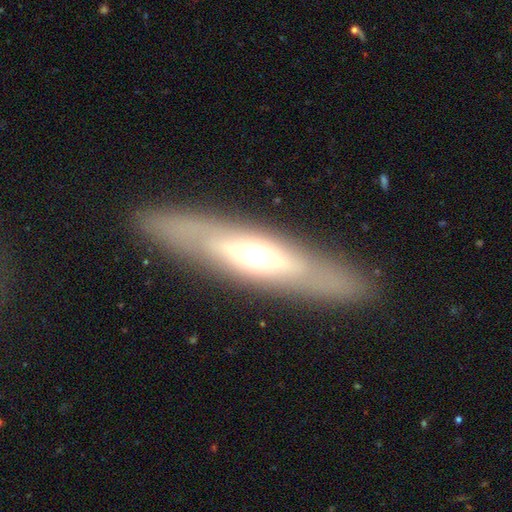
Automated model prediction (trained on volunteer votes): A featured or disk galaxy (58%) viewed edge-on (63%). Merging: none (87%).